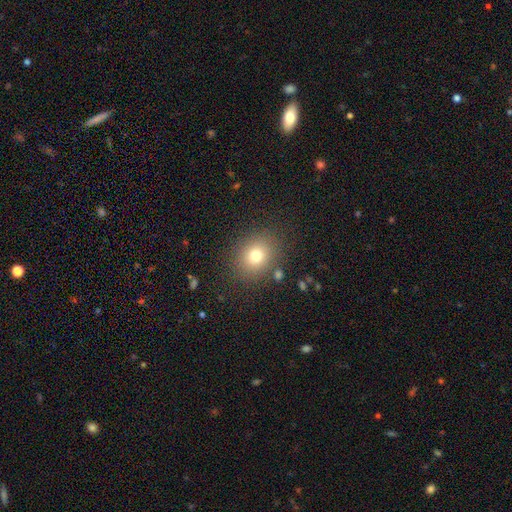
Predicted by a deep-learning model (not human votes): The model was most divided on "how rounded": round: 65%, in between: 34%, cigar-shaped: 1%. More confident: merging — none (84%); smooth or featured — smooth (75%).